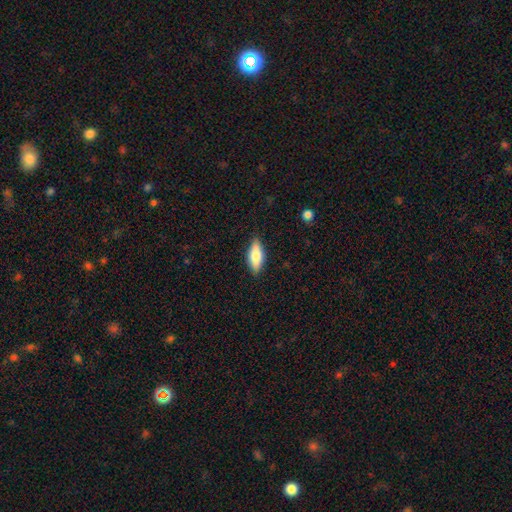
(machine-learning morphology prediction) The model was most divided on "how rounded": in between: 71%, cigar-shaped: 27%, round: 2%. More confident: merging — none (87%); smooth or featured — smooth (77%).